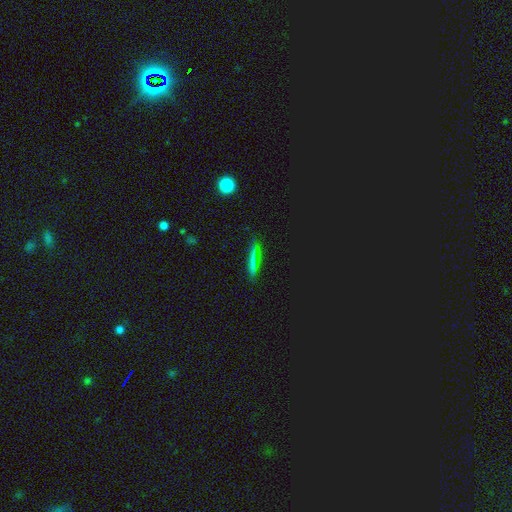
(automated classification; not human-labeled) Overall: smooth (53%; star or artifact 27%). How rounded: cigar-shaped (86%). Merging: none (85%).